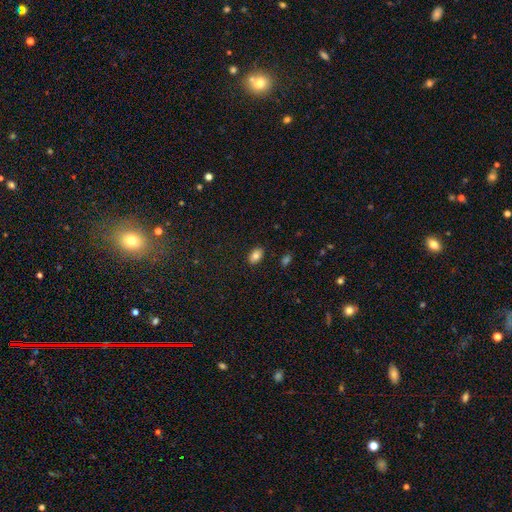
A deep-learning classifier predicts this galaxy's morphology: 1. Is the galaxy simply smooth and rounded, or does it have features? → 80% smooth, 10% featured or disk, 9% star or artifact.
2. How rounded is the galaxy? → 89% in between, 10% round, 2% cigar-shaped.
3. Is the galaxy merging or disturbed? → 87% none, 10% minor disturbance, 2% major disturbance, 1% merger.